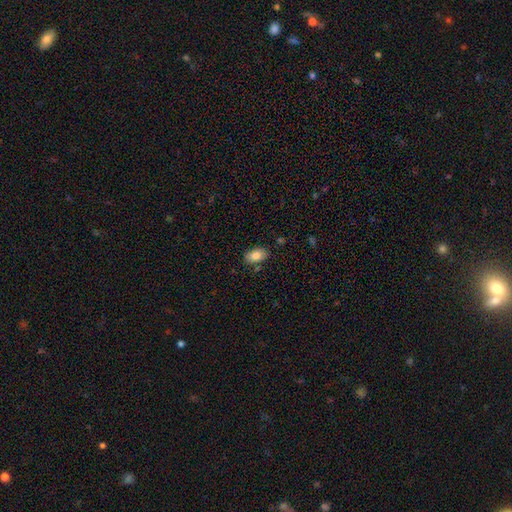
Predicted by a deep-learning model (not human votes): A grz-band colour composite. It shows a smooth galaxy with no disk features (83%) that is in between round and cigar-shaped (92%). Merging: none (82%).